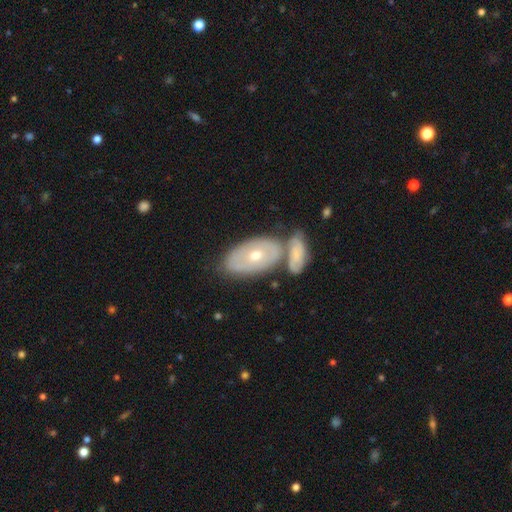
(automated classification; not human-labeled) Morphology: type=featured or disk (54%); edge-on=no (89%); merging=none (47%).